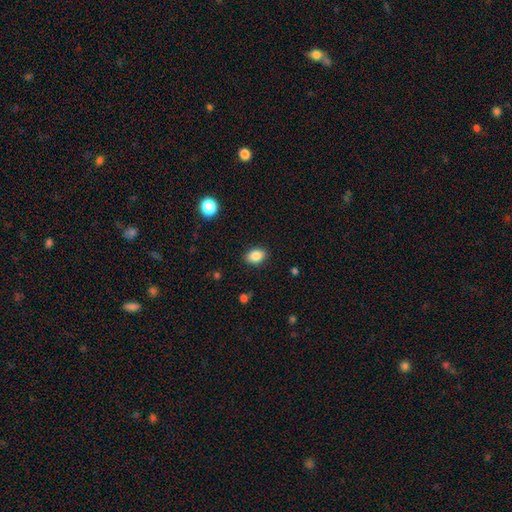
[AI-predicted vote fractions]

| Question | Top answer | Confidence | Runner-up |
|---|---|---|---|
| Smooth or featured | smooth | 86% | star or artifact (9%) |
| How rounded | in between | 78% | round (20%) |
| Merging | none | 88% | minor disturbance (9%) |